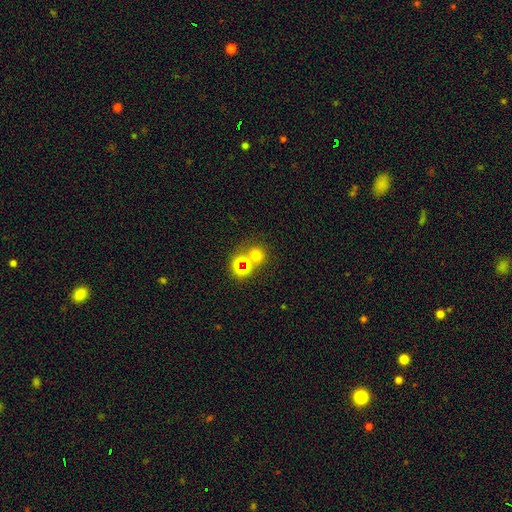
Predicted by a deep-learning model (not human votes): smooth_or_featured: smooth (p=0.61) [alt: star or artifact p=0.31]
how_rounded: round (p=0.87) [alt: in between p=0.12]
merging: none (p=0.63) [alt: merger p=0.25]